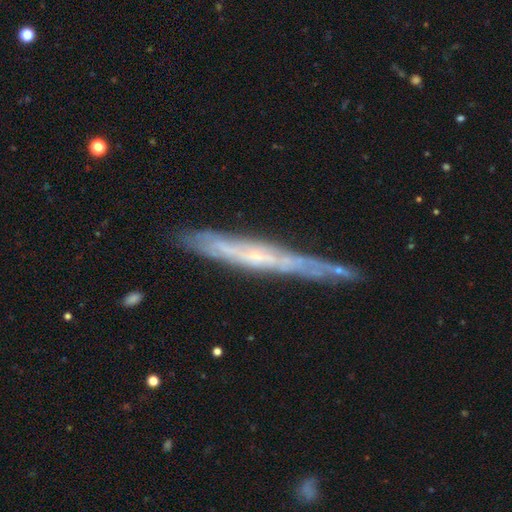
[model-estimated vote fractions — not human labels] This appears to be a featured or disk galaxy (73%) viewed edge-on (85%) with no central bulge (69%). Merging: none (75%).